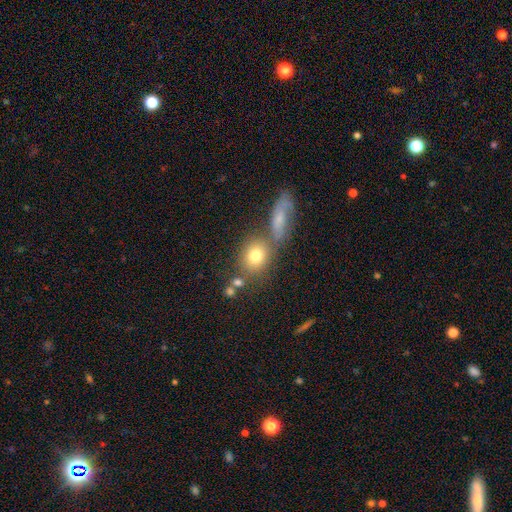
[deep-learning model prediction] Overall: smooth (76%). How rounded: round (57%; in between 40%). Merging: none (59%; merger 24%).